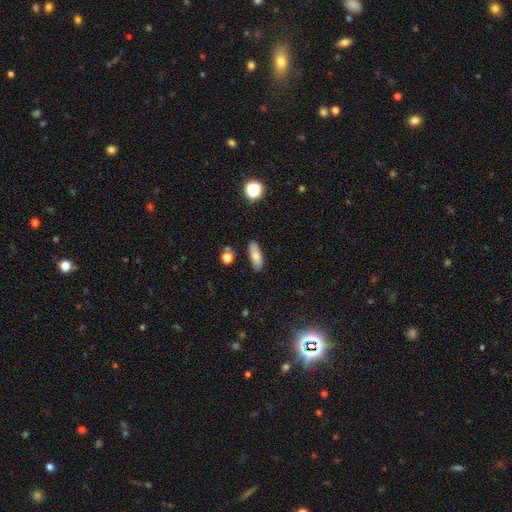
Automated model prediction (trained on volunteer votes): Smooth or featured?
  - smooth: 75% *
  - featured or disk: 16%
  - star or artifact: 9%
How rounded?
  - in between: 66% *
  - cigar-shaped: 30%
  - round: 4%
Merging?
  - none: 83% *
  - minor disturbance: 12%
  - merger: 3%
  - major disturbance: 2%